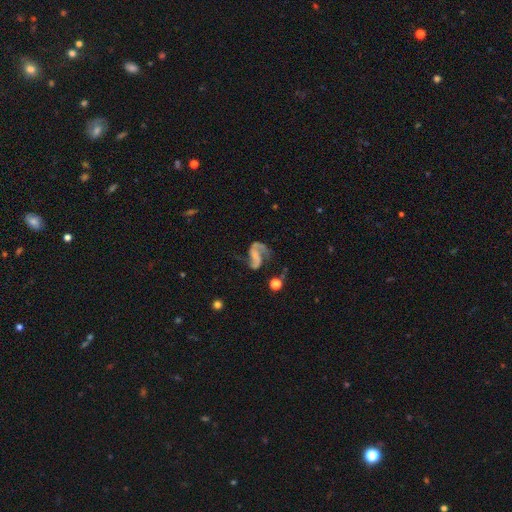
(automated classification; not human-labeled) The model was most divided on "bar": no: 44%, weak: 33%, strong: 23%. Remaining: edge-on disk — no (98%); spiral arms — yes (93%); spiral arm count — 2 (85%); smooth or featured — featured or disk (83%); bulge size — none (67%); spiral winding — loose (59%); merging — none (48%).